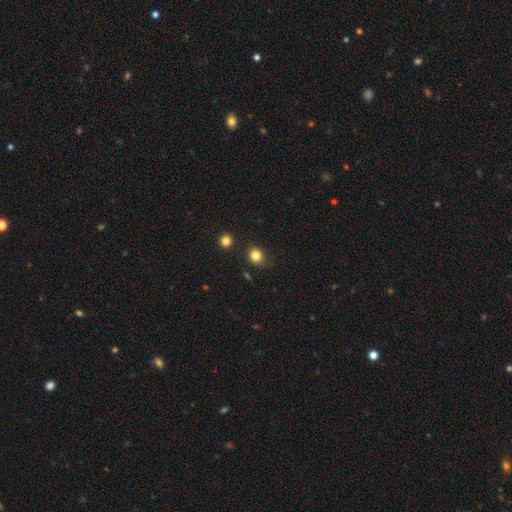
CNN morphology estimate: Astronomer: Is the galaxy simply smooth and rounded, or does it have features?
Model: smooth — 83%.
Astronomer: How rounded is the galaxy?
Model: round — 69%.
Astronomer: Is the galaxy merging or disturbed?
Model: none — 79%.